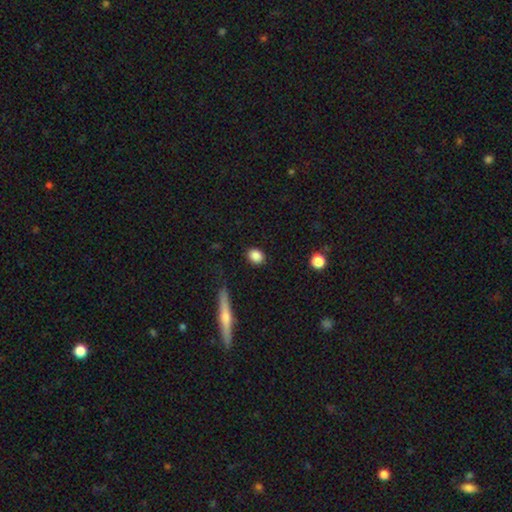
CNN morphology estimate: smooth-or-featured: smooth: 87% | star or artifact: 8% | featured or disk: 5%
  how-rounded: round: 54% | in between: 43% | cigar-shaped: 3%
  merging: none: 88% | minor disturbance: 8% | major disturbance: 2% | merger: 2%